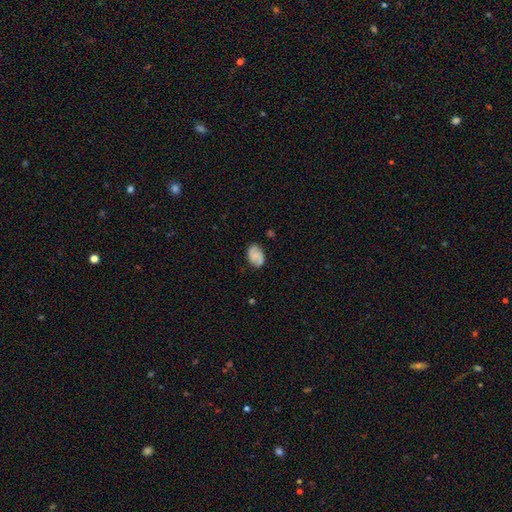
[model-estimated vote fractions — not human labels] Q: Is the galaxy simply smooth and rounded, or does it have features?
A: smooth — 67%.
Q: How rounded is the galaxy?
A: in between — 82%.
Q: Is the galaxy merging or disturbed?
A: none — 75%.